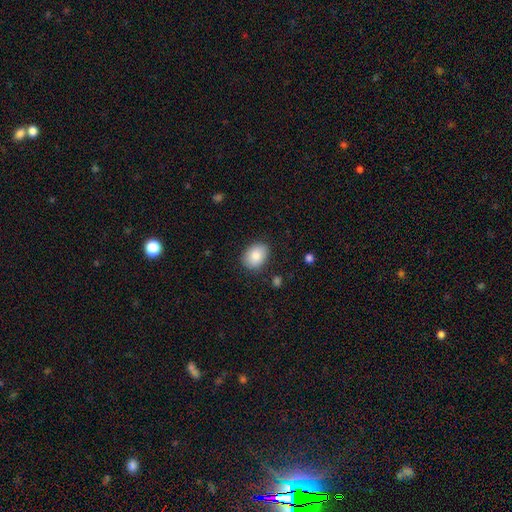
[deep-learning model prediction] Q: Smooth or featured?
A: smooth (84%); runner-up: featured or disk (9%)
Q: How rounded?
A: in between (69%); runner-up: round (30%)
Q: Merging?
A: none (85%); runner-up: minor disturbance (11%)